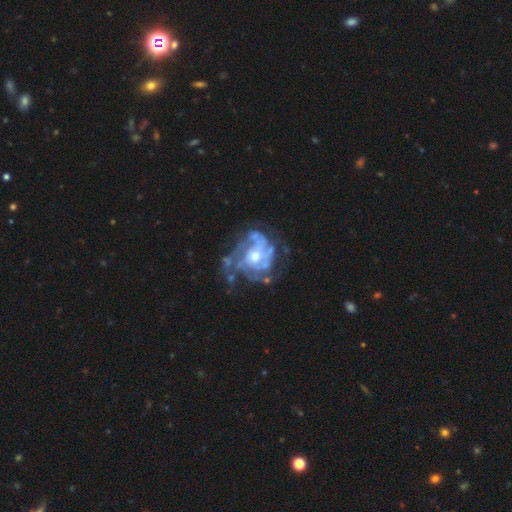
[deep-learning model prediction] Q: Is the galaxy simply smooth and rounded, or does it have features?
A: featured or disk — 86%.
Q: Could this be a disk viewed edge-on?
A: no — 98%.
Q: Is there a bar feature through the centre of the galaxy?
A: no — 79%.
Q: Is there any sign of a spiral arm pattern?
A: yes — 86%.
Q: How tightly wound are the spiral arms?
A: tight — 59%.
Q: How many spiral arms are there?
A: can't tell — 43%.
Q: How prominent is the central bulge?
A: moderate — 64%.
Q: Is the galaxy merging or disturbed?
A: none — 52%.